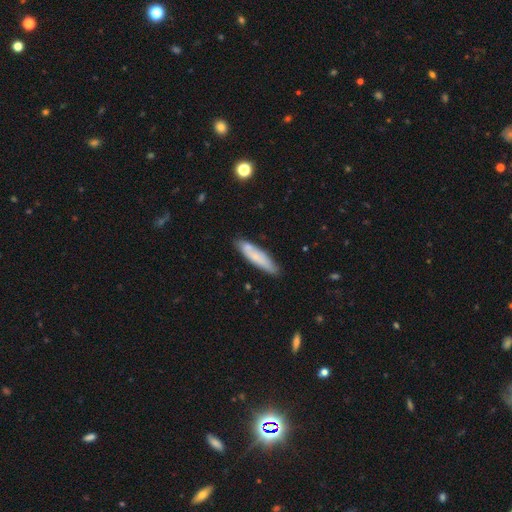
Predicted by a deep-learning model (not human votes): This is likely a smooth galaxy (65%). How rounded: likely cigar-shaped (80%). Merging: clearly none (80%).